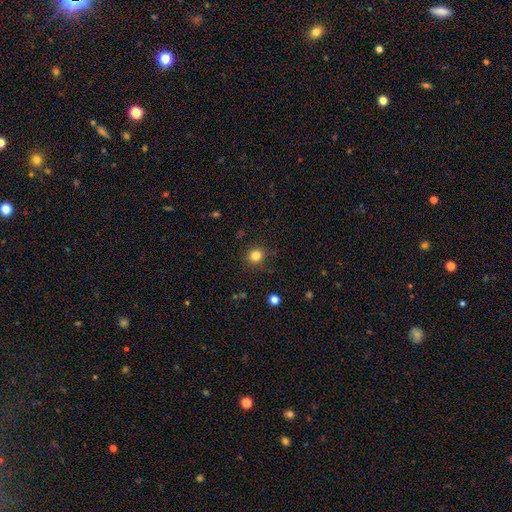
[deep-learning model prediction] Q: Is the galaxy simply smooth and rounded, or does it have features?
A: smooth — 83%.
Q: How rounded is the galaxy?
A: round — 89%.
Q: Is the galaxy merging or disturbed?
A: none — 88%.